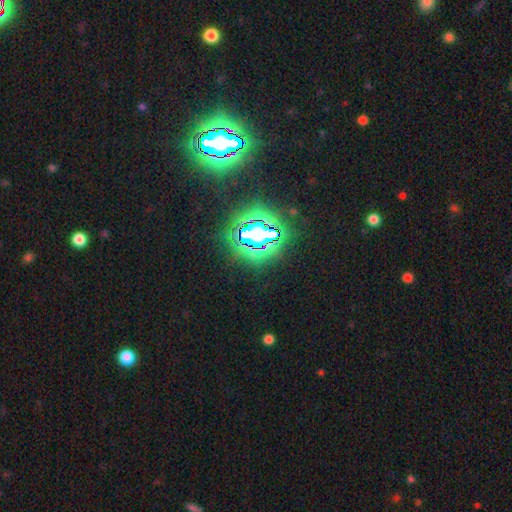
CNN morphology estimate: Smooth or featured?
  - star or artifact: 78% *
  - smooth: 12%
  - featured or disk: 10%